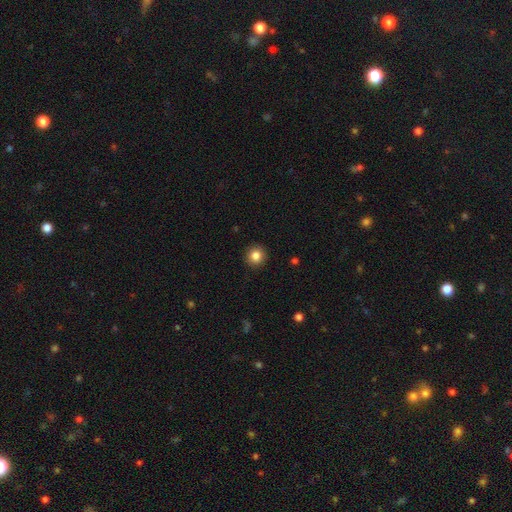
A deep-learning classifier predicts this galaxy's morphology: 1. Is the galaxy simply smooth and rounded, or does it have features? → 85% smooth, 10% star or artifact, 5% featured or disk.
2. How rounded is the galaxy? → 94% round, 5% in between, 1% cigar-shaped.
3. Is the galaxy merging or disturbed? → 92% none, 5% minor disturbance, 2% major disturbance, 1% merger.